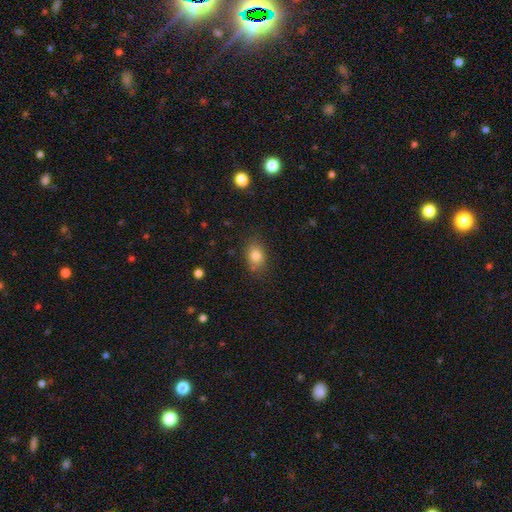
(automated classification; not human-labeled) A smooth galaxy with no disk features (81%) that is in between round and cigar-shaped (70%). Merging: none (77%).